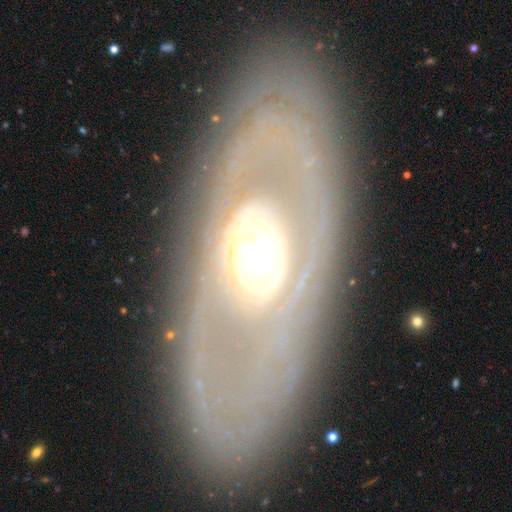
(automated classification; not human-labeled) Overall: featured or disk (78%). Edge-on disk: no (85%). Bar: no (75%). Spiral arms: no (58%; yes 42%). Bulge size: moderate (61%; large 28%). Merging: none (81%).